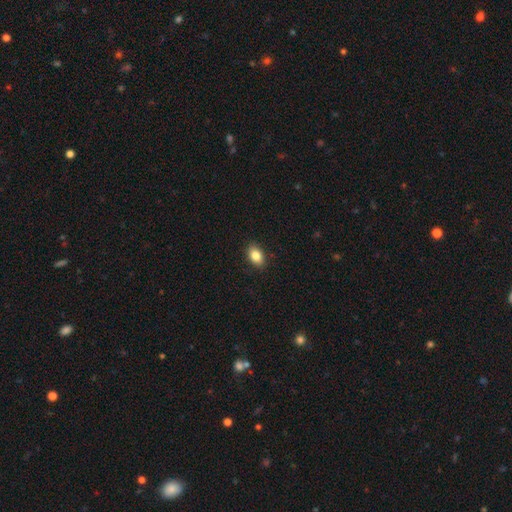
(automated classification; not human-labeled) A smooth galaxy with no disk features (85%) that is in between round and cigar-shaped (85%). Merging: none (89%).